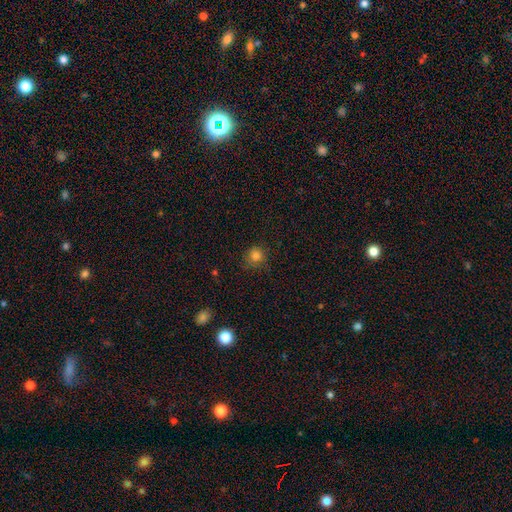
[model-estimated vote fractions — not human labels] smooth-or-featured: smooth: 81% | star or artifact: 14% | featured or disk: 5%
  how-rounded: round: 91% | in between: 8% | cigar-shaped: 1%
  merging: none: 80% | minor disturbance: 15% | major disturbance: 4% | merger: 1%